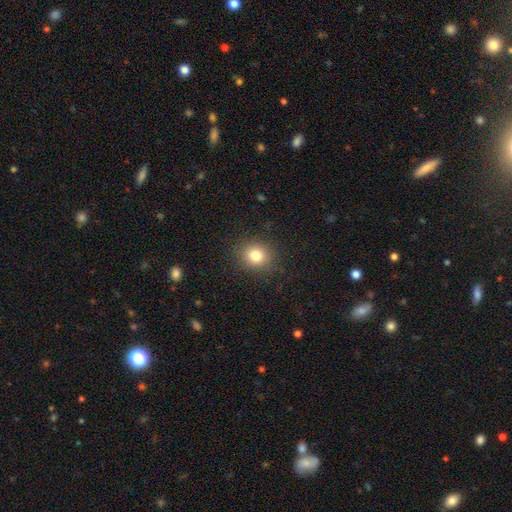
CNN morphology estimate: Smooth or featured?
  - smooth: 81% *
  - star or artifact: 12%
  - featured or disk: 7%
How rounded?
  - round: 75% *
  - in between: 24%
  - cigar-shaped: 1%
Merging?
  - none: 88% *
  - minor disturbance: 8%
  - major disturbance: 3%
  - merger: 1%